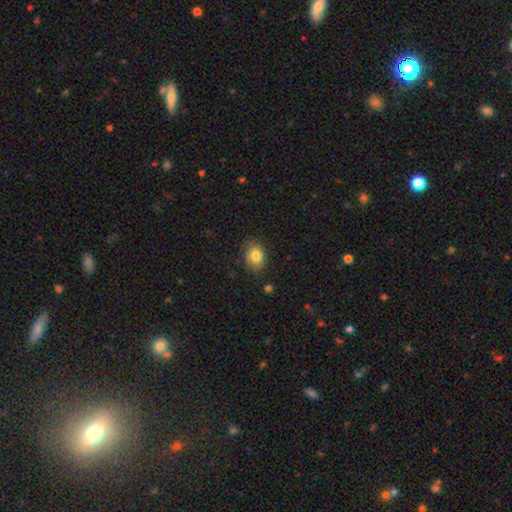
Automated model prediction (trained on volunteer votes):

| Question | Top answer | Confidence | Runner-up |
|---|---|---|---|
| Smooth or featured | smooth | 83% | star or artifact (9%) |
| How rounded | in between | 63% | round (36%) |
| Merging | none | 80% | minor disturbance (15%) |